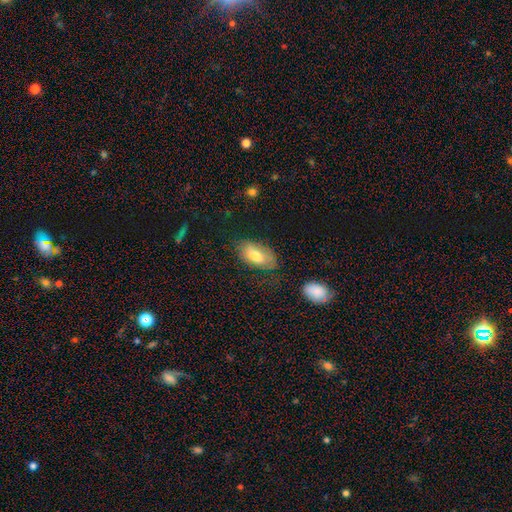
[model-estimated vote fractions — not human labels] smooth 73%, featured or disk 20%, star or artifact 7%. Down the decision tree: how rounded — in between (93%); merging — none (66%).